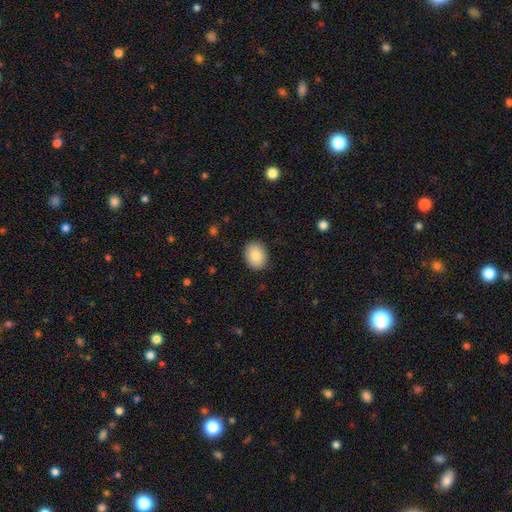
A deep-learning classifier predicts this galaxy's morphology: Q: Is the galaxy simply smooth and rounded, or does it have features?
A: smooth — 86%.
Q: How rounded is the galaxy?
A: in between — 61%.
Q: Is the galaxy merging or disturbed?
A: none — 88%.